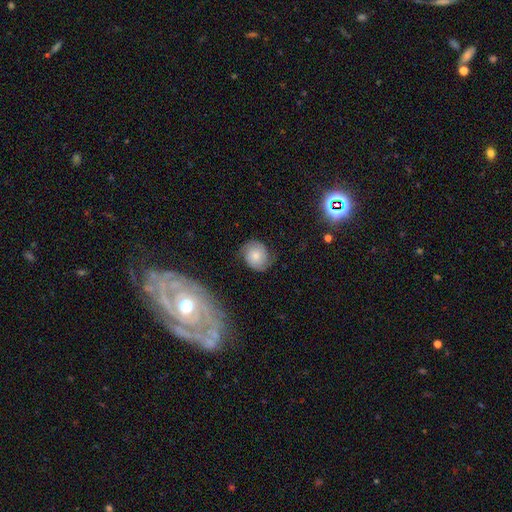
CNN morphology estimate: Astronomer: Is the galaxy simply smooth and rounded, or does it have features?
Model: smooth — 49% (runner-up: featured or disk, 42%).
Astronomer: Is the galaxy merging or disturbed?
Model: none — 72%.